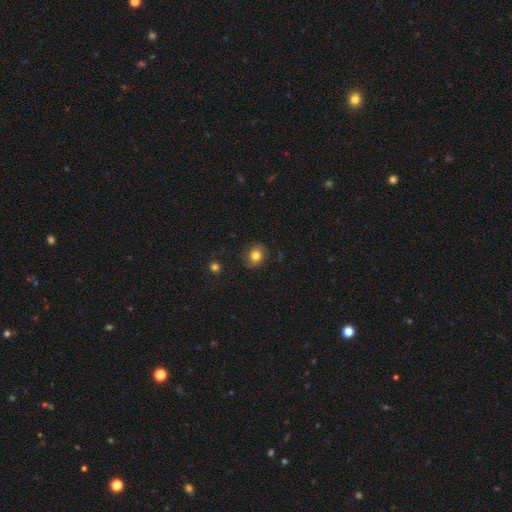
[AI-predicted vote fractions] Smooth or featured?
  - smooth: 80% *
  - featured or disk: 10%
  - star or artifact: 10%
How rounded?
  - round: 73% *
  - in between: 26%
  - cigar-shaped: 1%
Merging?
  - none: 84% *
  - minor disturbance: 12%
  - major disturbance: 3%
  - merger: 1%